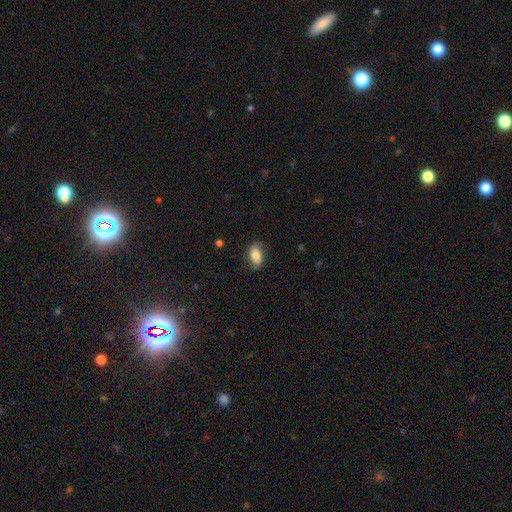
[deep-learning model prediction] Morphology: type=smooth (84%); roundness=in between (90%); merging=none (84%).